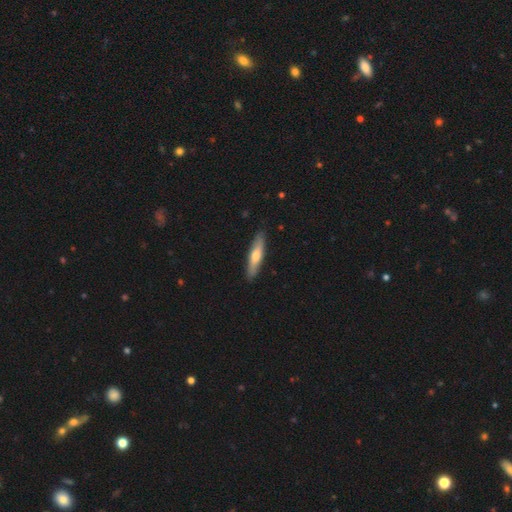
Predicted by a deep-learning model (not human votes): A smooth galaxy with no disk features (59%) that is cigar-shaped (81%).

Vote fractions:
- Smooth or featured? smooth: 59% / featured or disk: 36% / star or artifact: 5%
- How rounded? cigar-shaped: 81% / in between: 17% / round: 2%
- Merging? none: 88% / minor disturbance: 9% / major disturbance: 2% / merger: 1%